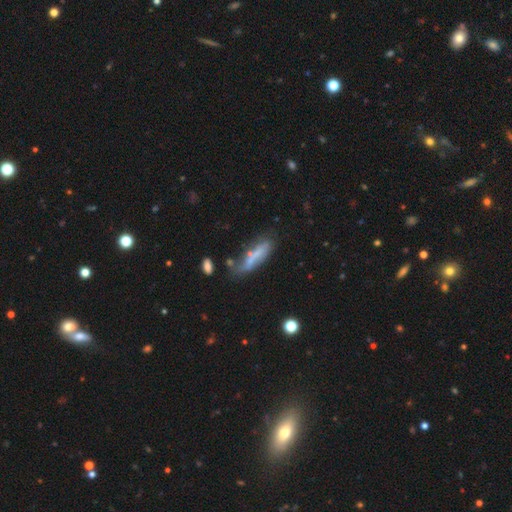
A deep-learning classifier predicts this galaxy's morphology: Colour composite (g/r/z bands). It shows a smooth galaxy with no disk features (54%) that is cigar-shaped (71%). Merging: none (50%).